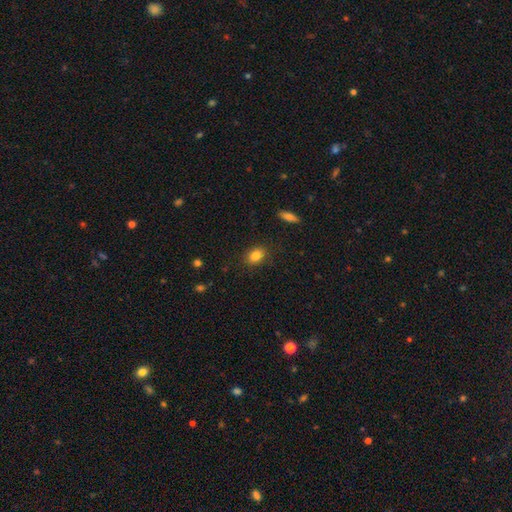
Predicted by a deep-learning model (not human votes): Q: Smooth or featured?
A: smooth (83%); runner-up: star or artifact (10%)
Q: How rounded?
A: in between (68%); runner-up: round (31%)
Q: Merging?
A: none (85%); runner-up: minor disturbance (11%)